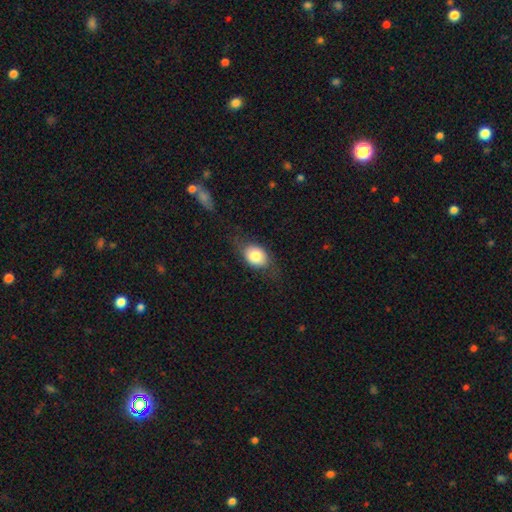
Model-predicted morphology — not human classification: Smooth or featured: smooth — 73% (featured or disk — 19%)
How rounded: in between — 67% (round — 31%)
Merging: none — 69% (minor disturbance — 20%)